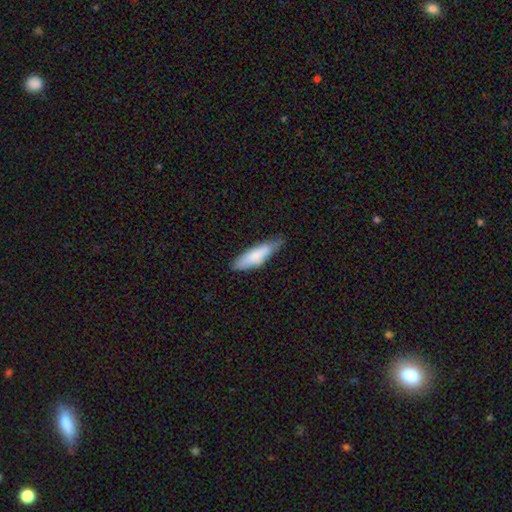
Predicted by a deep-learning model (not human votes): A smooth galaxy with no disk features (79%) that is cigar-shaped (57%). Merging: none (63%).